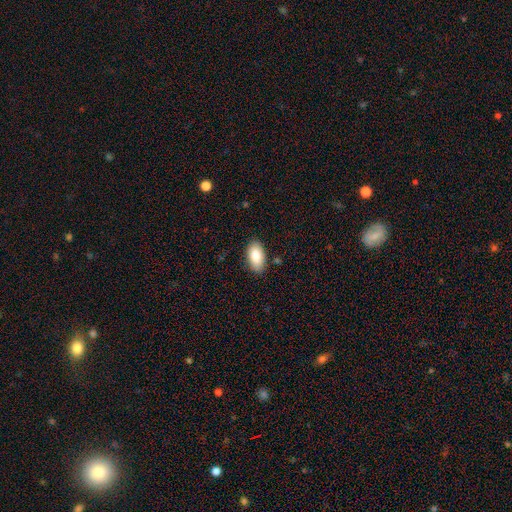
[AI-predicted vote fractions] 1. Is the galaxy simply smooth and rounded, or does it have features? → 84% smooth, 9% featured or disk, 6% star or artifact.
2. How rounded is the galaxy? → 94% in between, 3% round, 2% cigar-shaped.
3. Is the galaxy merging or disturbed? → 87% none, 10% minor disturbance, 2% major disturbance, 1% merger.